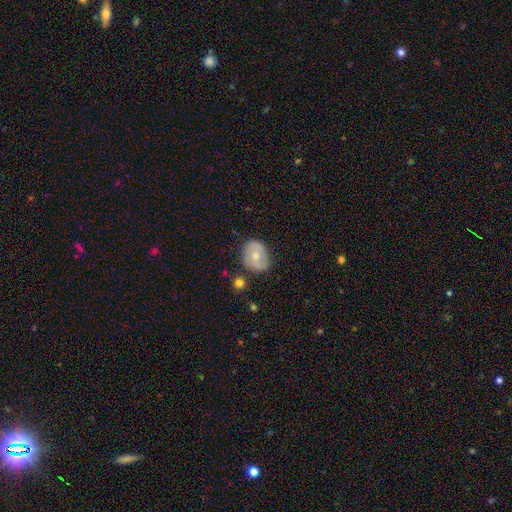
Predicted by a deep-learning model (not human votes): smooth_or_featured: smooth (p=0.54) [alt: featured or disk p=0.38]
how_rounded: in between (p=0.54) [alt: round p=0.45]
merging: none (p=0.70) [alt: minor disturbance p=0.22]